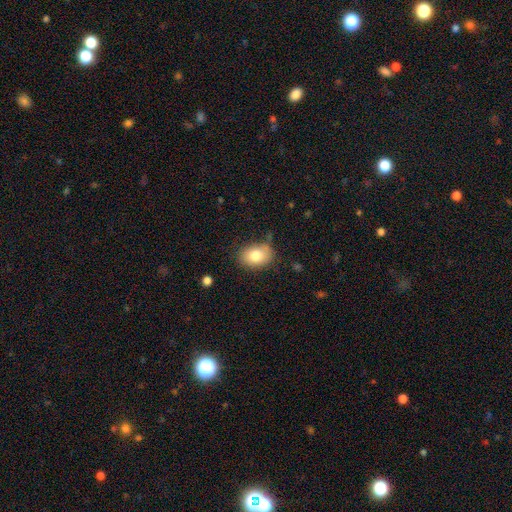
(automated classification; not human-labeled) Q: Smooth or featured?
A: smooth (80%); runner-up: featured or disk (11%)
Q: How rounded?
A: in between (76%); runner-up: round (23%)
Q: Merging?
A: none (75%); runner-up: minor disturbance (19%)